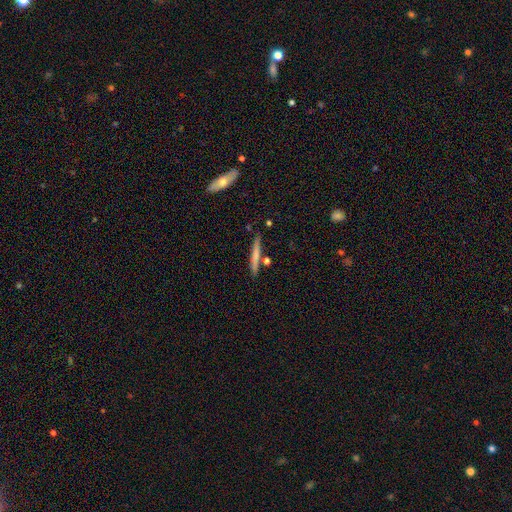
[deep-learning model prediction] The model was most divided on "smooth or featured": smooth: 61%, featured or disk: 33%, star or artifact: 6%. More confident: how rounded — cigar-shaped (94%); merging — none (80%).